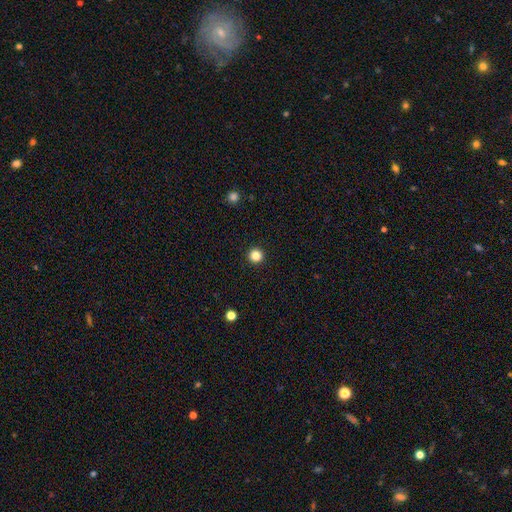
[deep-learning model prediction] smooth 84%, star or artifact 12%, featured or disk 4%. Down the decision tree: how rounded — round (96%); merging — none (94%).